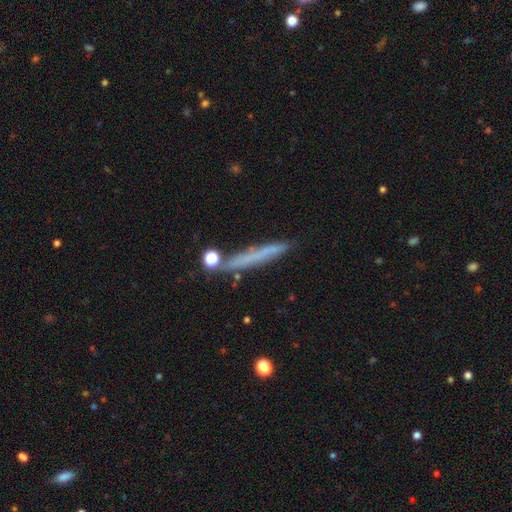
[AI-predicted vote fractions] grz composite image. It shows a smooth galaxy with no disk features (54%) that is cigar-shaped (94%). Merging: none (80%).